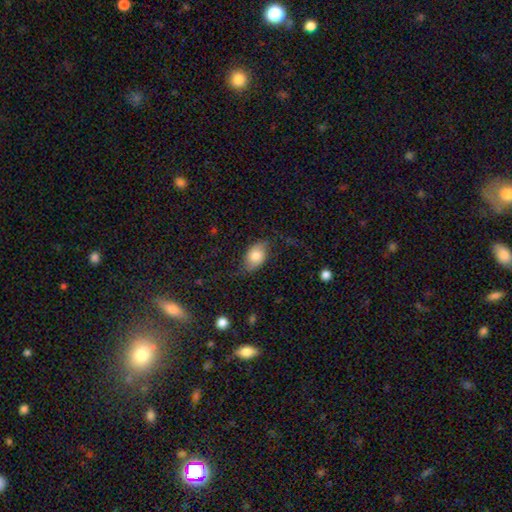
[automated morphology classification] The model was most divided on "merging": none: 65%, minor disturbance: 23%, major disturbance: 11%, merger: 1%. More confident: how rounded — in between (87%); smooth or featured — smooth (70%).